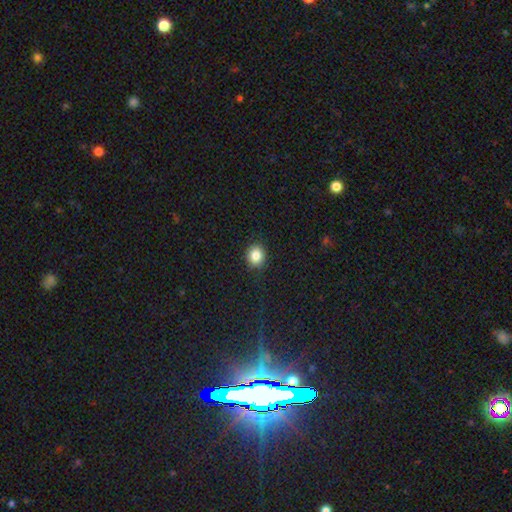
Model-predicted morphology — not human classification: smooth-or-featured: smooth: 85% | star or artifact: 10% | featured or disk: 5%
  how-rounded: round: 72% | in between: 27% | cigar-shaped: 1%
  merging: none: 89% | minor disturbance: 8% | major disturbance: 2% | merger: 1%